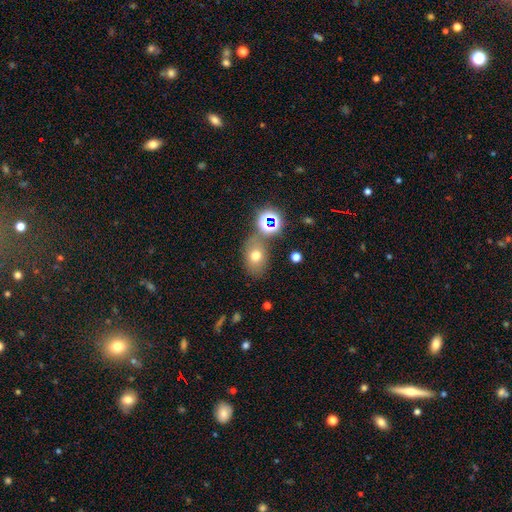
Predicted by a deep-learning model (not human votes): smooth 67%, star or artifact 17%, featured or disk 15%. Down the decision tree: how rounded — in between (72%); merging — none (67%).